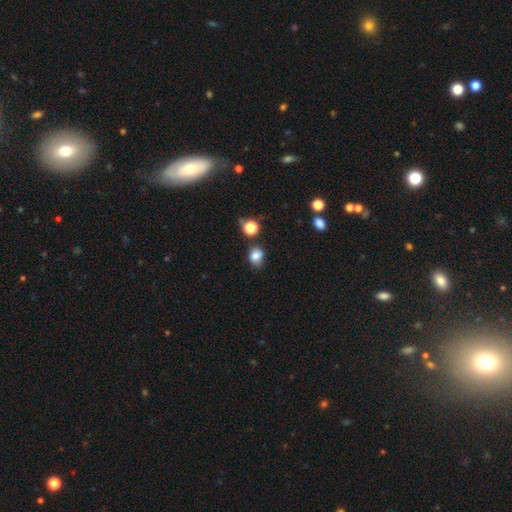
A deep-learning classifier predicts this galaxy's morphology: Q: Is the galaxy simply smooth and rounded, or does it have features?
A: smooth — 82%.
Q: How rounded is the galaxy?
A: round — 57%.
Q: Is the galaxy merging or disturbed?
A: none — 66%.